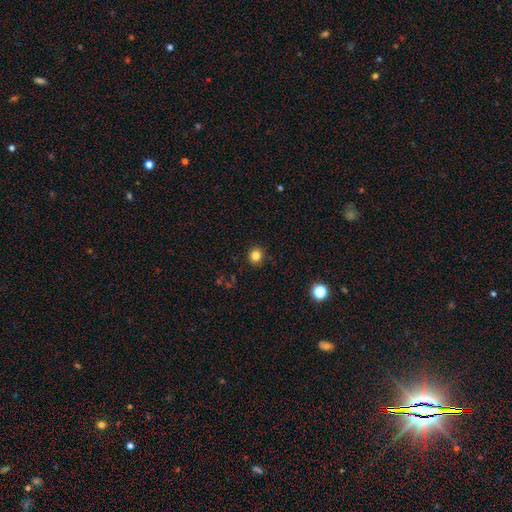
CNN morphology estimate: A smooth galaxy with no disk features (82%) that is round (89%). Merging: none (91%).